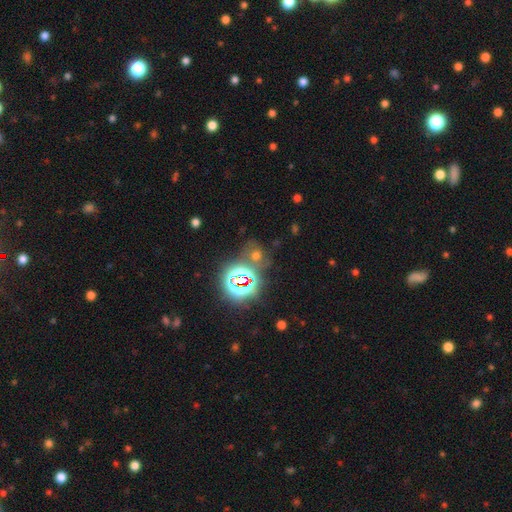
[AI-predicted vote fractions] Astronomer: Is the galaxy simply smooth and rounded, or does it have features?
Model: star or artifact — 52% (runner-up: smooth, 37%).